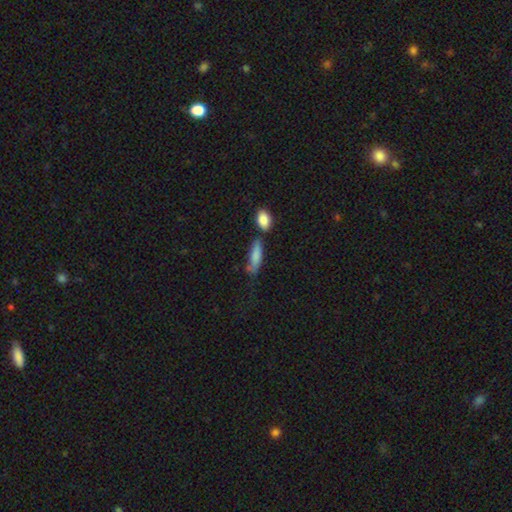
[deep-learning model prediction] smooth_or_featured: smooth (p=0.81) [alt: featured or disk p=0.12]
how_rounded: cigar-shaped (p=0.50) [alt: in between p=0.47]
merging: none (p=0.56) [alt: minor disturbance p=0.22]